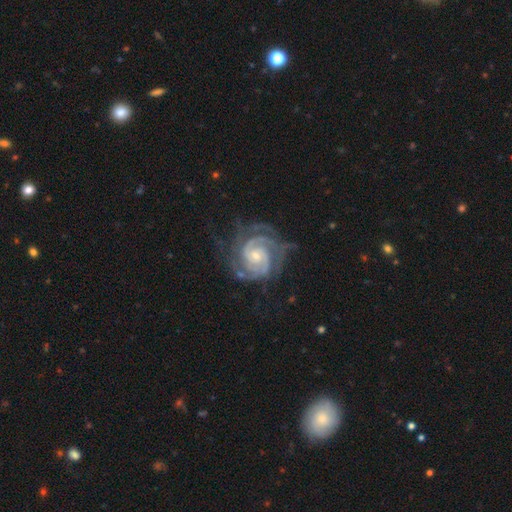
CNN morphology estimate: This appears to be a featured or disk galaxy (93%) with no bar (64%), 2 (51%) tight (71%) spiral arms (99%) and a small central bulge (65%). Merging: none (67%).